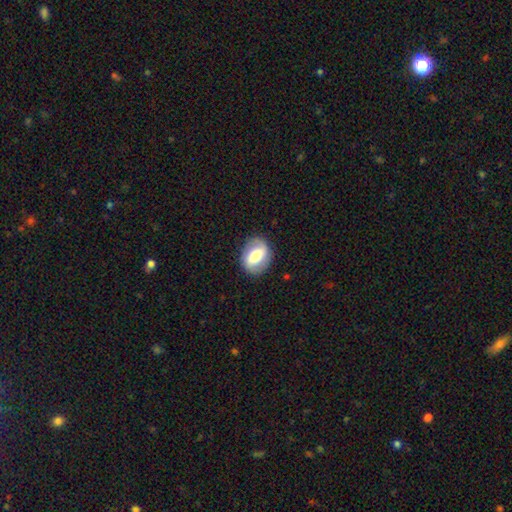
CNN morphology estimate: This appears to be a featured or disk galaxy (47%). Merging: none (84%).